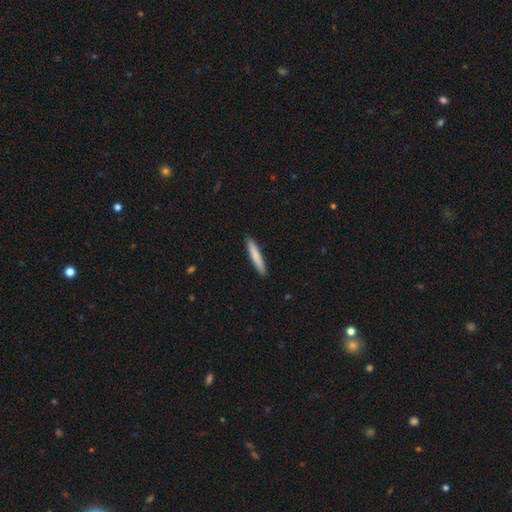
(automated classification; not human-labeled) smooth_or_featured: smooth (p=0.80) [alt: featured or disk p=0.15]
how_rounded: cigar-shaped (p=0.94) [alt: in between p=0.05]
merging: none (p=0.92) [alt: minor disturbance p=0.06]